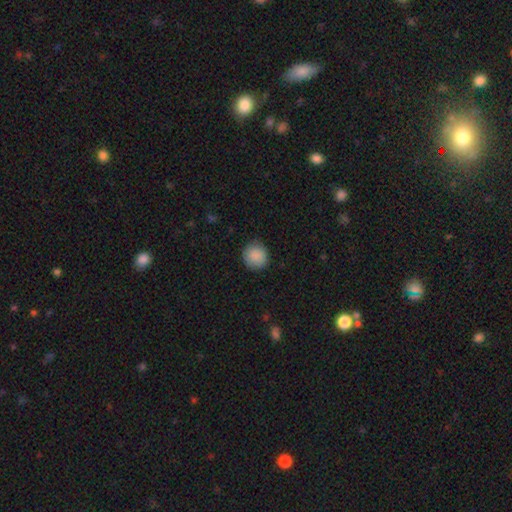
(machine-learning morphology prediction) A smooth galaxy with no disk features (89%) that is round (90%).

Vote fractions:
- Smooth or featured? smooth: 89% / star or artifact: 7% / featured or disk: 3%
- How rounded? round: 90% / in between: 9% / cigar-shaped: 1%
- Merging? none: 88% / minor disturbance: 9% / major disturbance: 2% / merger: 1%